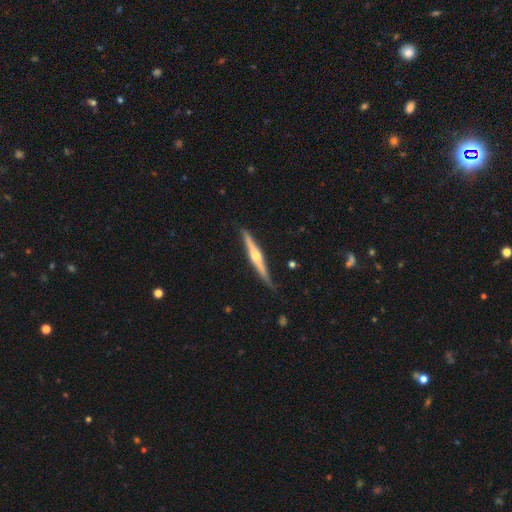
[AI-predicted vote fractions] featured or disk 74%, smooth 21%, star or artifact 5%. Down the decision tree: edge-on disk — yes (98%); edge-on bulge — rounded (90%); merging — none (82%).